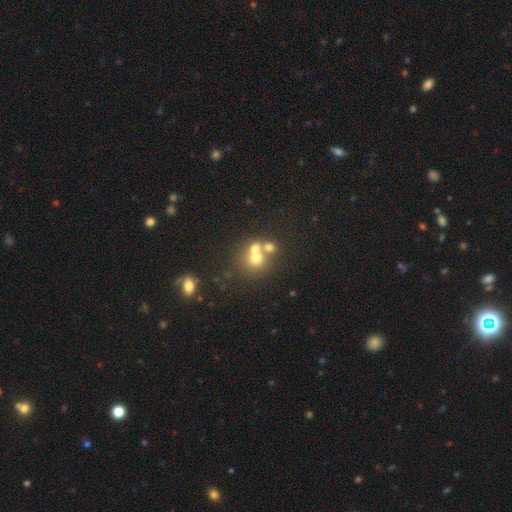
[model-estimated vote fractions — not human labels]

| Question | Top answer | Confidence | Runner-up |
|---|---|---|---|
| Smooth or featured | smooth | 62% | featured or disk (22%) |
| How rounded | round | 81% | in between (18%) |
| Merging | merger | 53% | none (36%) |